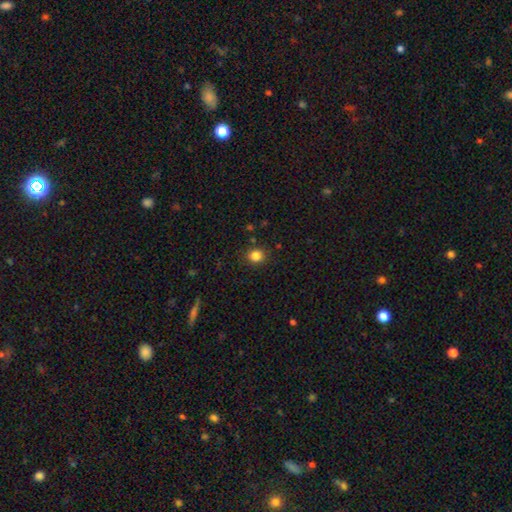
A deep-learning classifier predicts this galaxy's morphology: Overall: smooth (84%). How rounded: round (79%). Merging: none (88%).